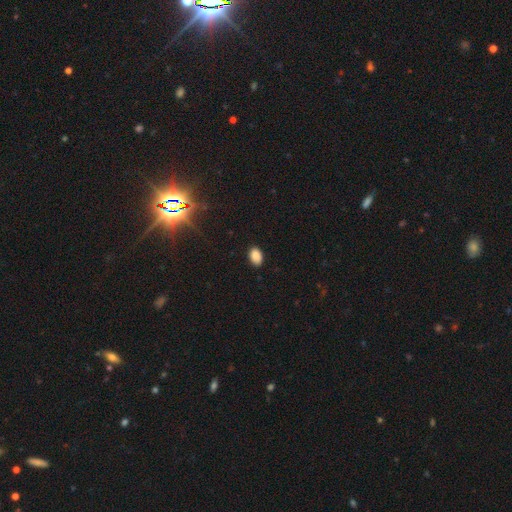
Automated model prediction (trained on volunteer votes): A smooth galaxy with no disk features (87%) that is in between round and cigar-shaped (86%). Merging: none (86%).